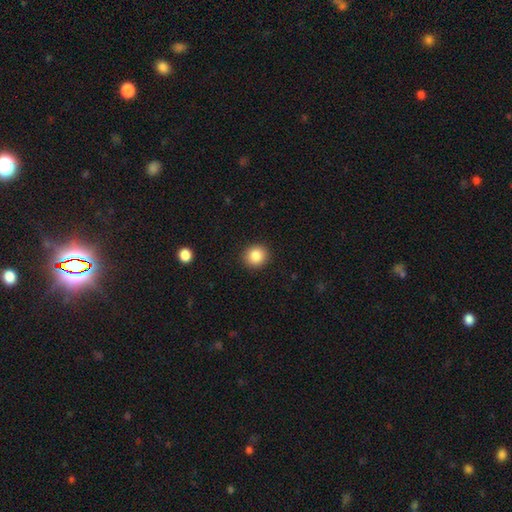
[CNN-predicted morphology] This appears to be a smooth galaxy with no disk features (86%) that is round (88%). Merging: none (91%).